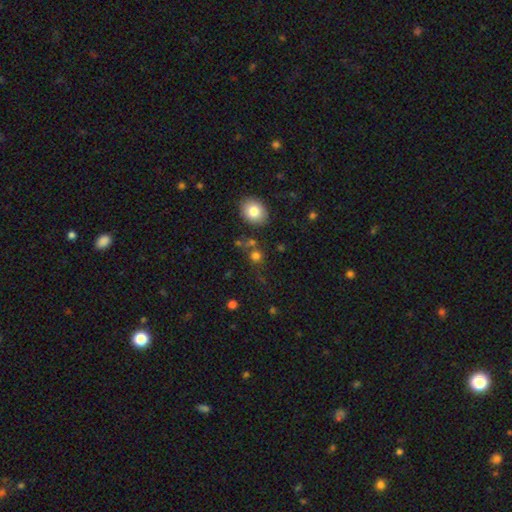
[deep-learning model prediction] The model was most divided on "merging": none: 71%, merger: 13%, minor disturbance: 10%, major disturbance: 6%. More confident: how rounded — round (87%); smooth or featured — smooth (76%).